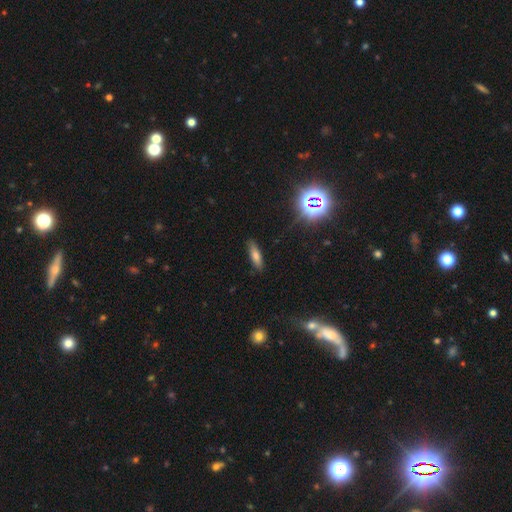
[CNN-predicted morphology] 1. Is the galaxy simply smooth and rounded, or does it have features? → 67% smooth, 20% featured or disk, 13% star or artifact.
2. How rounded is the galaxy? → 54% cigar-shaped, 43% in between, 3% round.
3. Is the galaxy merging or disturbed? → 86% none, 11% minor disturbance, 2% major disturbance, 1% merger.